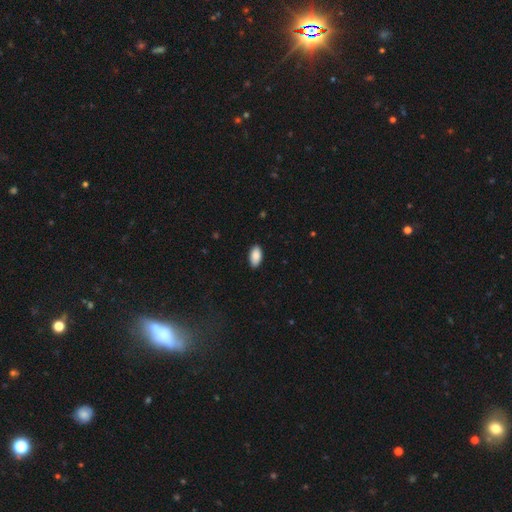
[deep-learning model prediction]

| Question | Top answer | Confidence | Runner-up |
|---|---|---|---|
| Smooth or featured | smooth | 90% | star or artifact (6%) |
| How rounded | in between | 95% | cigar-shaped (3%) |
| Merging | none | 88% | minor disturbance (9%) |